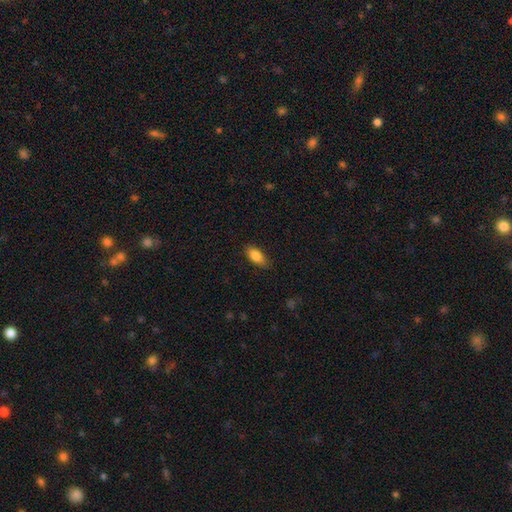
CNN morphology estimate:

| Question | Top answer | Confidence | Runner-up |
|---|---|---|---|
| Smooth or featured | smooth | 84% | featured or disk (8%) |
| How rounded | in between | 88% | cigar-shaped (9%) |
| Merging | none | 83% | minor disturbance (14%) |